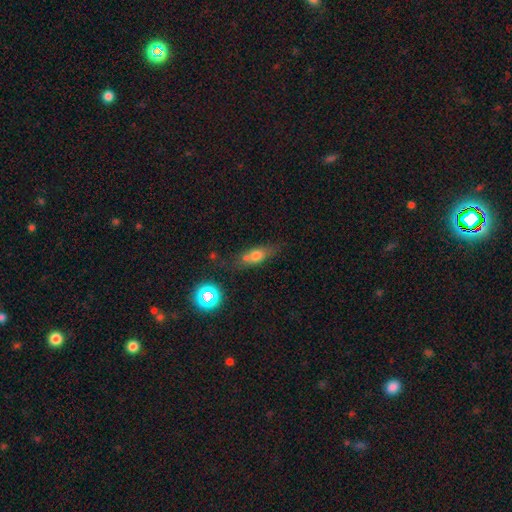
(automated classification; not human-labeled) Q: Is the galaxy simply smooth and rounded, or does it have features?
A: smooth — 63%.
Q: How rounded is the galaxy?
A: in between — 64%.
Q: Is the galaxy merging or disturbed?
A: none — 51%.